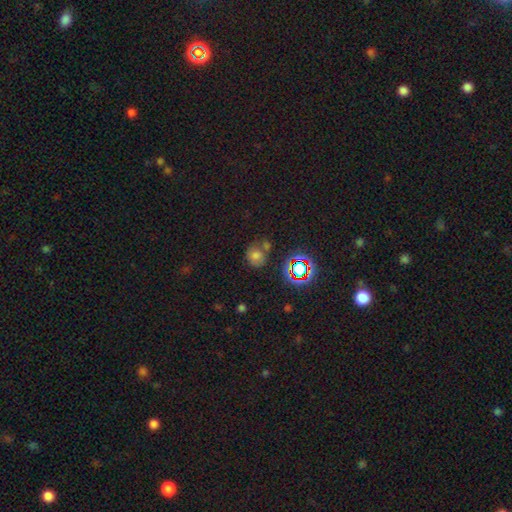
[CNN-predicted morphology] Smooth or featured: smooth — 61% (star or artifact — 27%)
How rounded: round — 74% (in between — 25%)
Merging: none — 56% (merger — 20%)